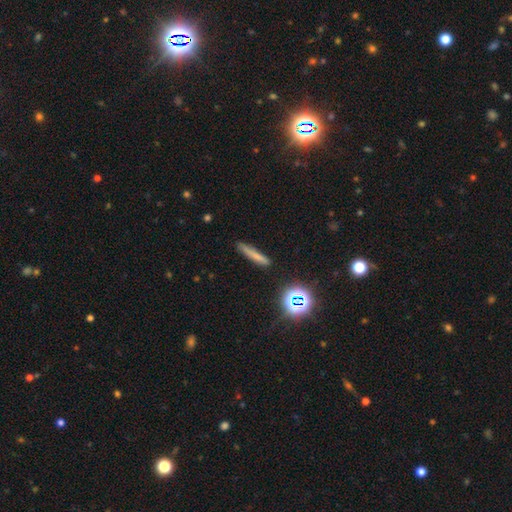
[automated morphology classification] Smooth or featured?
  - smooth: 68% *
  - featured or disk: 17%
  - star or artifact: 15%
How rounded?
  - cigar-shaped: 92% *
  - in between: 5%
  - round: 3%
Merging?
  - none: 82% *
  - minor disturbance: 12%
  - major disturbance: 3%
  - merger: 2%